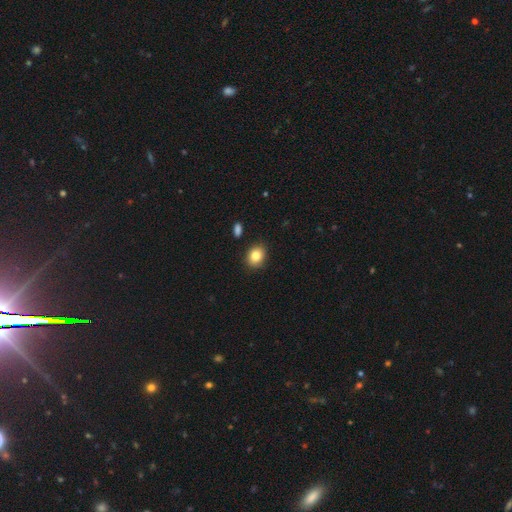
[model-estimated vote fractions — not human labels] This appears to be a smooth galaxy with no disk features (84%) that is round (57%). Merging: none (88%).